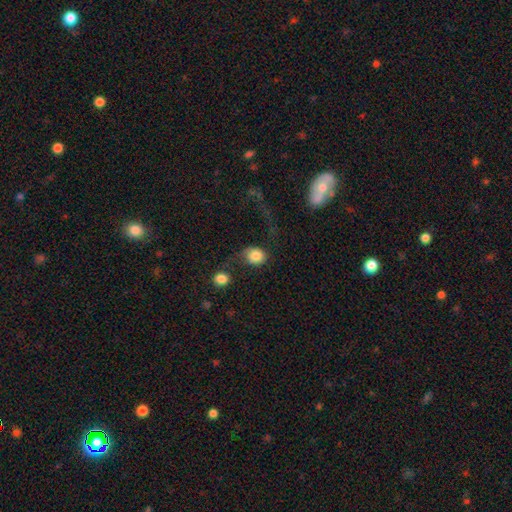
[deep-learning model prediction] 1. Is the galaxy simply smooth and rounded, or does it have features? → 78% smooth, 14% featured or disk, 8% star or artifact.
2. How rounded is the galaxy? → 61% round, 38% in between, 1% cigar-shaped.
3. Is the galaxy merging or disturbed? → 38% none, 28% major disturbance, 21% minor disturbance, 13% merger.